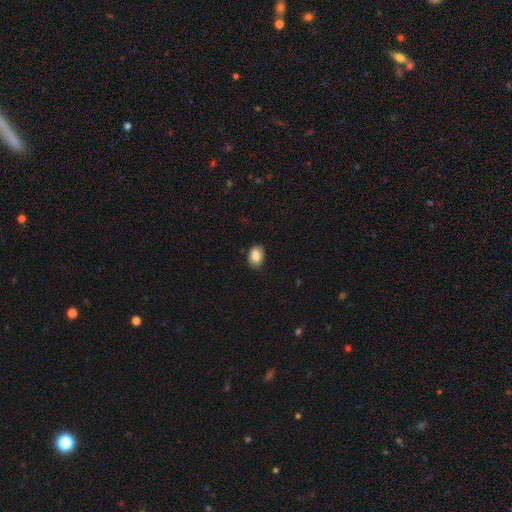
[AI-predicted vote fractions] This appears to be a smooth galaxy with no disk features (86%) that is in between round and cigar-shaped (79%). Merging: none (82%).